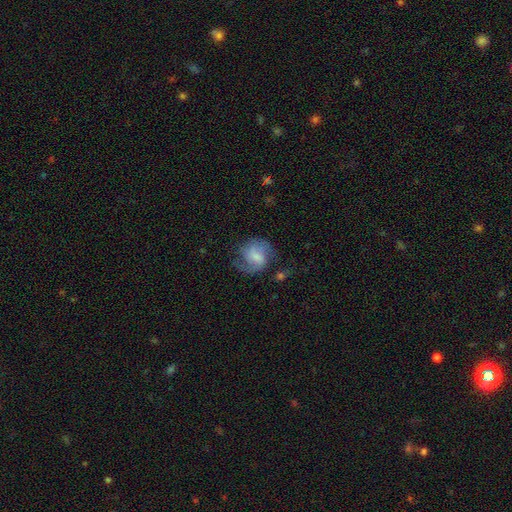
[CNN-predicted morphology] This is likely a featured or disk galaxy (60%). It is clearly not viewed edge-on (97%). Bar: possibly weak (51%). Spiral arm pattern: clearly yes (88%). Spiral arm count: likely 2 (76%). Spiral winding: possibly medium (46%). Central bulge: marginally small (31%). Merging: possibly none (55%).